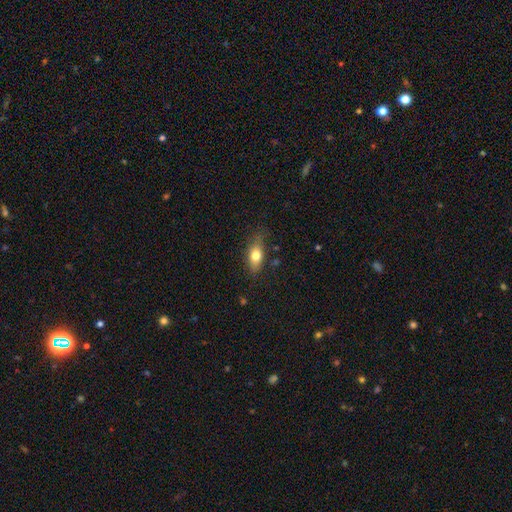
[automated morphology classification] Q: Smooth or featured?
A: smooth (73%); runner-up: featured or disk (19%)
Q: How rounded?
A: in between (79%); runner-up: cigar-shaped (14%)
Q: Merging?
A: none (71%); runner-up: minor disturbance (22%)